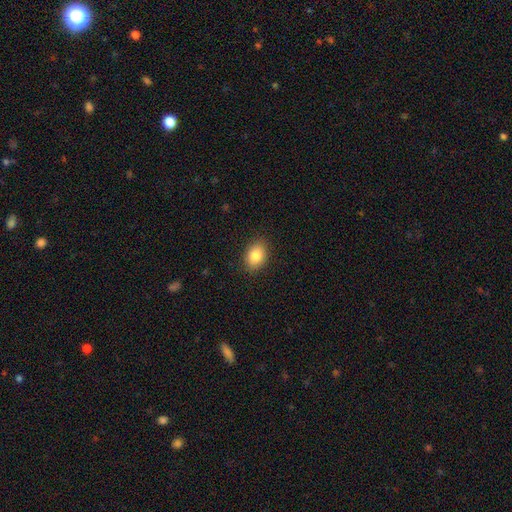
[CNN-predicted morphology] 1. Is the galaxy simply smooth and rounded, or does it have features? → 84% smooth, 8% star or artifact, 8% featured or disk.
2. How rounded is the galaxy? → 79% in between, 20% round, 1% cigar-shaped.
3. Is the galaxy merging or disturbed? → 88% none, 9% minor disturbance, 2% major disturbance, 1% merger.